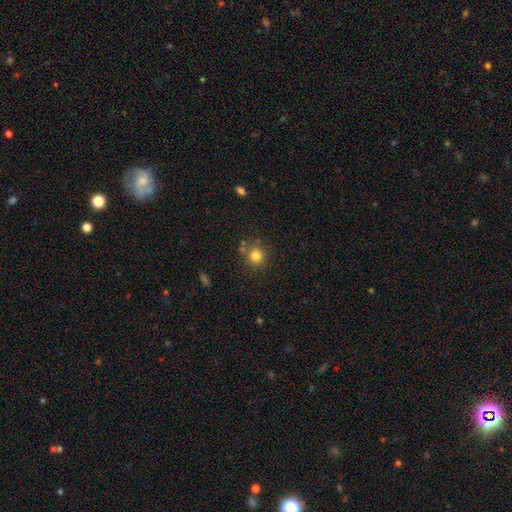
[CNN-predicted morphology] Overall: smooth (80%). How rounded: round (92%). Merging: none (76%).